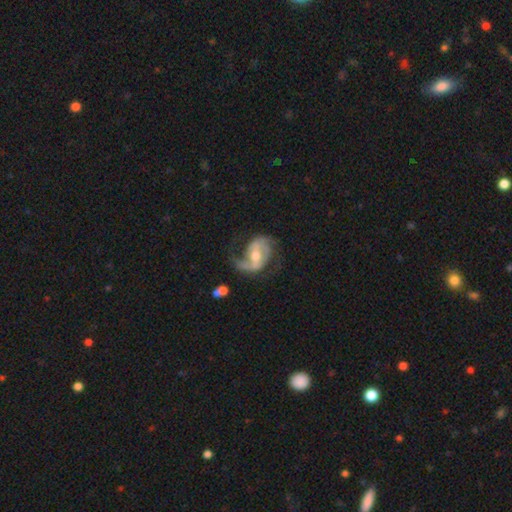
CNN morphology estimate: featured or disk 84%, smooth 10%, star or artifact 6%. Down the decision tree: edge-on disk — no (97%); bar — weak (43%); spiral arms — yes (94%); spiral arm count — 2 (78%); spiral winding — medium (44%); bulge size — moderate (65%); merging — none (54%).